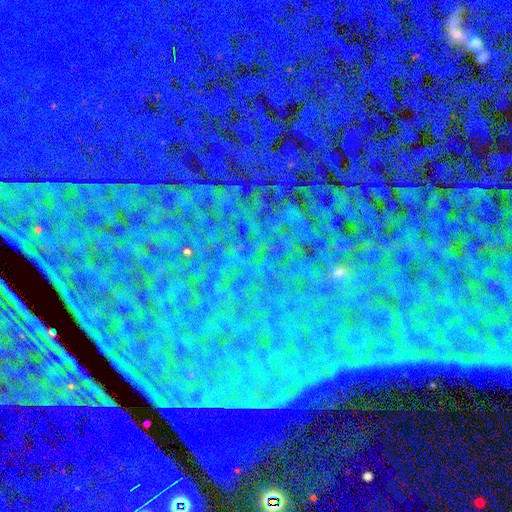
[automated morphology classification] Smooth or featured? Predicted: star or artifact (p=0.88).